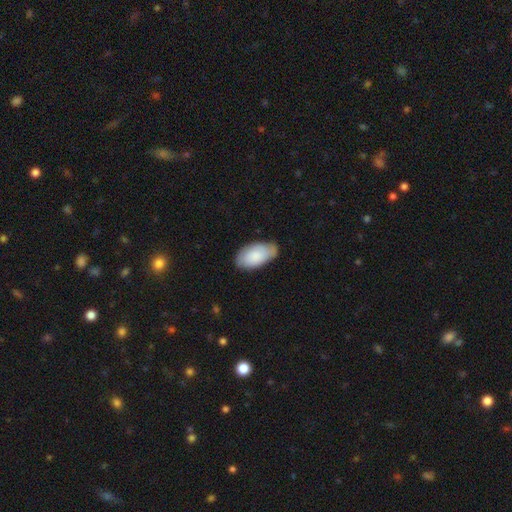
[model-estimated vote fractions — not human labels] Smooth or featured: smooth — 83% (featured or disk — 12%)
How rounded: in between — 95% (round — 2%)
Merging: none — 67% (minor disturbance — 27%)